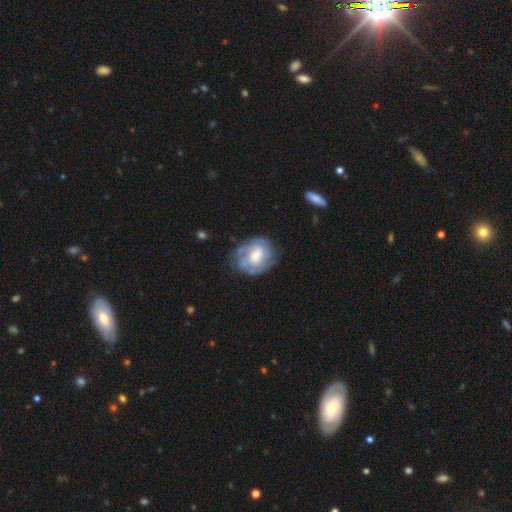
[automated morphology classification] This is likely a featured or disk galaxy (66%). It is clearly not viewed edge-on (97%). Bar: possibly no (55%). Spiral arm pattern: likely yes (78%). Spiral arm count: marginally can't tell (37%, tied with 2). Spiral winding: possibly tight (52%). Central bulge: possibly moderate (48%). Merging: likely none (64%).